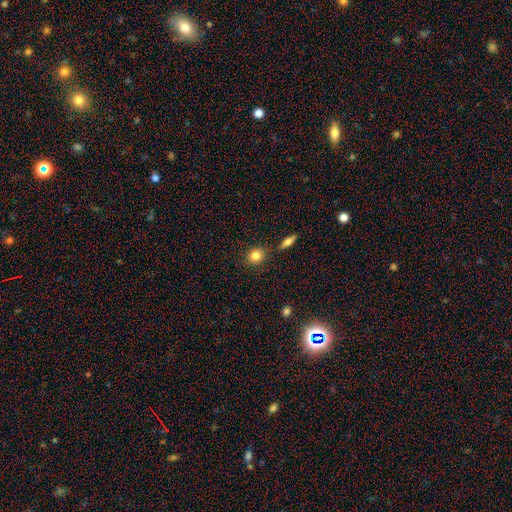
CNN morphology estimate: Smooth or featured? smooth (83%)
How rounded? round (75%)
Merging? none (83%)